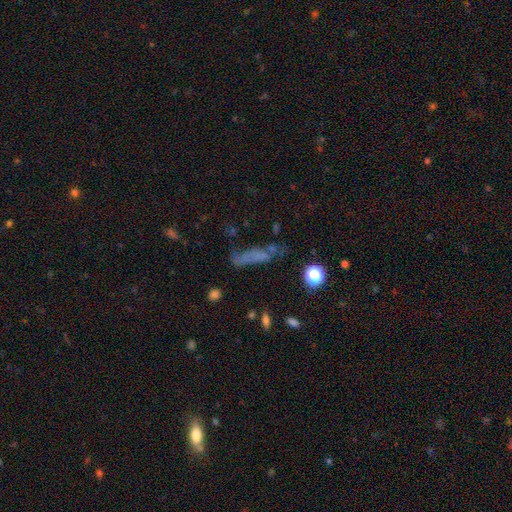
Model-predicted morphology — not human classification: Q: Smooth or featured?
A: smooth (51%); runner-up: featured or disk (26%)
Q: How rounded?
A: cigar-shaped (71%); runner-up: in between (22%)
Q: Merging?
A: none (56%); runner-up: minor disturbance (22%)